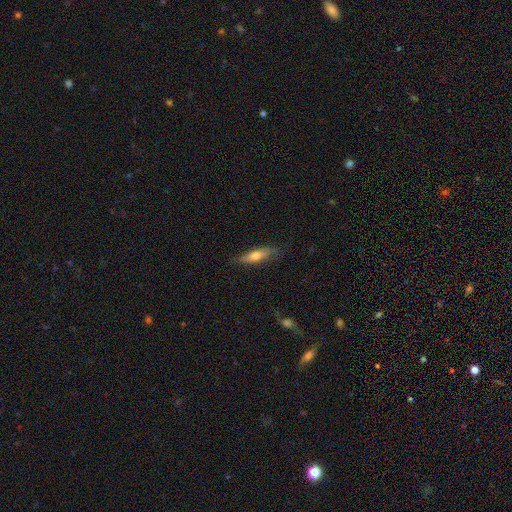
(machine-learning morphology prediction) Q: Smooth or featured?
A: smooth (59%); runner-up: featured or disk (35%)
Q: How rounded?
A: cigar-shaped (68%); runner-up: in between (30%)
Q: Merging?
A: none (78%); runner-up: minor disturbance (17%)